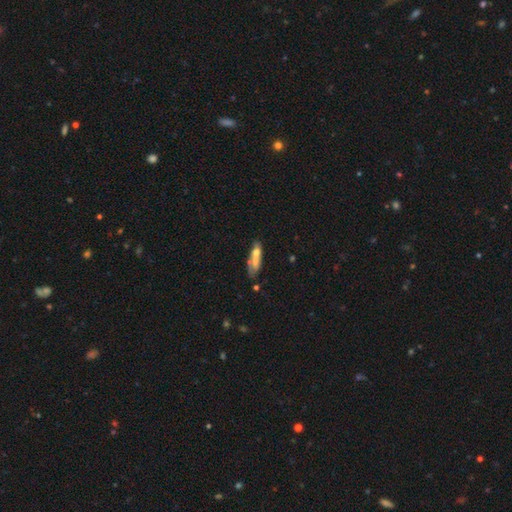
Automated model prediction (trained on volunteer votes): Smooth or featured: smooth — 57% (featured or disk — 34%)
How rounded: cigar-shaped — 49% (in between — 47%)
Merging: none — 40% (merger — 29%)